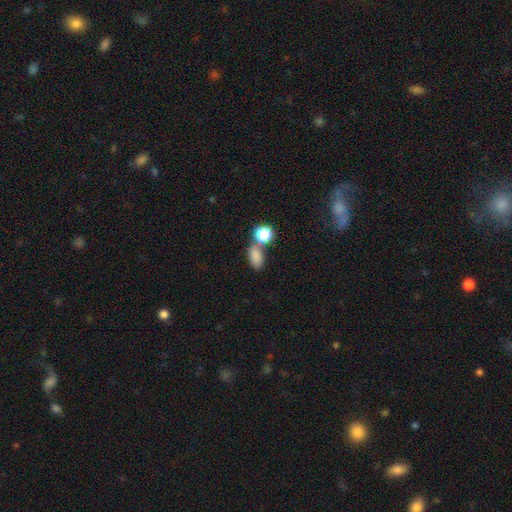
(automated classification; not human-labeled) Smooth or featured? smooth (79%)
How rounded? in between (82%)
Merging? none (54%)